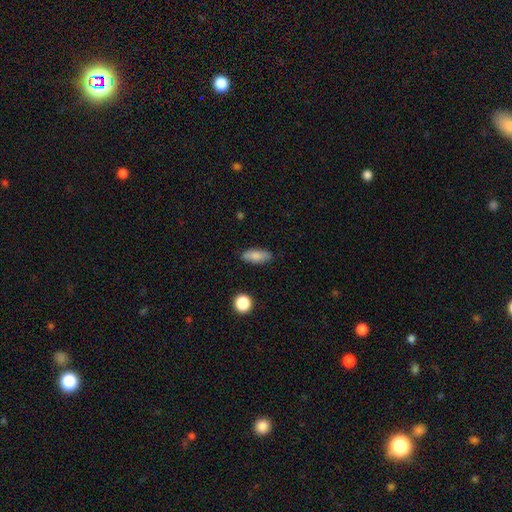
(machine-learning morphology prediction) Overall: smooth (83%). How rounded: in between (81%). Merging: none (82%).